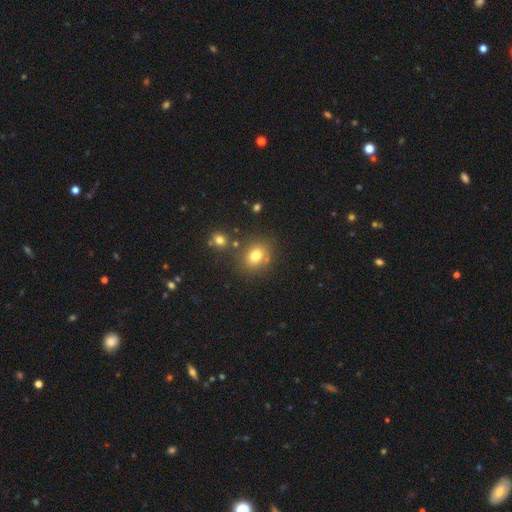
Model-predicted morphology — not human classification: The model was most divided on "how rounded": round: 59%, in between: 40%, cigar-shaped: 1%. More confident: smooth or featured — smooth (76%); merging — none (72%).